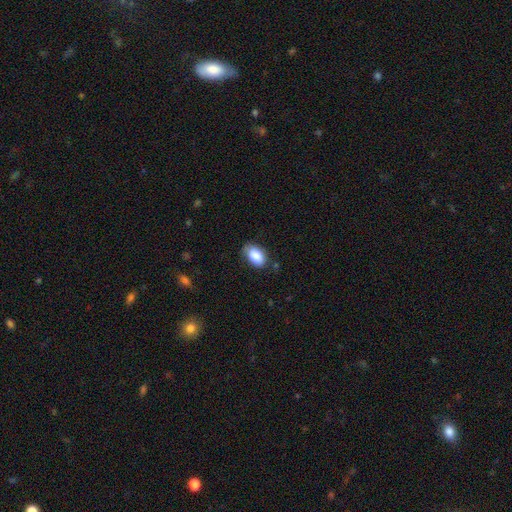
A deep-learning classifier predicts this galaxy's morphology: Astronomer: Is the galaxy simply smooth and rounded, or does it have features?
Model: smooth — 87%.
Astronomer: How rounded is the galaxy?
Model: in between — 92%.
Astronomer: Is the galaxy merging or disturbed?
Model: none — 73%.